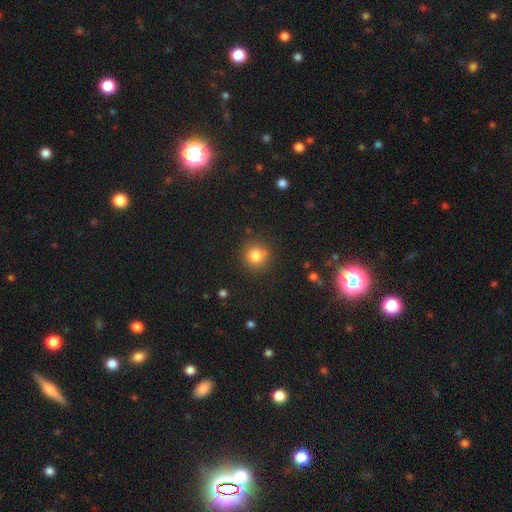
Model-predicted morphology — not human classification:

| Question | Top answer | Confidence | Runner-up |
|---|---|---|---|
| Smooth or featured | smooth | 81% | star or artifact (12%) |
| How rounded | round | 91% | in between (8%) |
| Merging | none | 81% | minor disturbance (11%) |